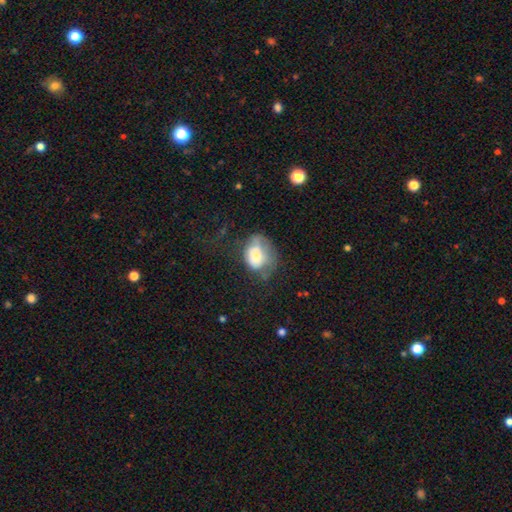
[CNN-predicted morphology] type=smooth (61%); roundness=in between (61%); merging=major disturbance (34%).